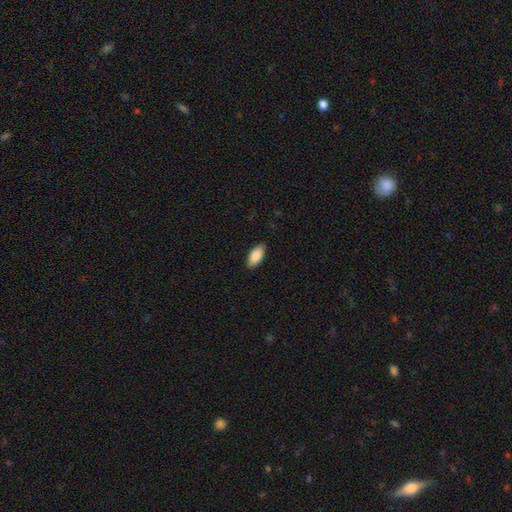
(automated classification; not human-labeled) A smooth galaxy with no disk features (87%) that is in between round and cigar-shaped (90%).

Vote fractions:
- Smooth or featured? smooth: 87% / featured or disk: 7% / star or artifact: 6%
- How rounded? in between: 90% / cigar-shaped: 8% / round: 2%
- Merging? none: 88% / minor disturbance: 9% / major disturbance: 2% / merger: 1%